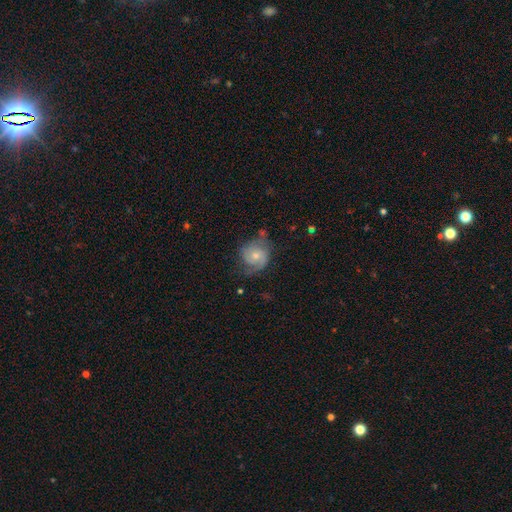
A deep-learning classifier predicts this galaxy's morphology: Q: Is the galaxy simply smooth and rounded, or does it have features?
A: featured or disk — 66%.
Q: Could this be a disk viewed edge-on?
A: no — 98%.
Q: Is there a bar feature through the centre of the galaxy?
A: no — 72%.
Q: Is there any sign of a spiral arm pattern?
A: yes — 90%.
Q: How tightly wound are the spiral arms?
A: medium — 42%.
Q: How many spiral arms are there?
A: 2 — 71%.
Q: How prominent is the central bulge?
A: small — 51%.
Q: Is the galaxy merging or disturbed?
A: none — 55%.